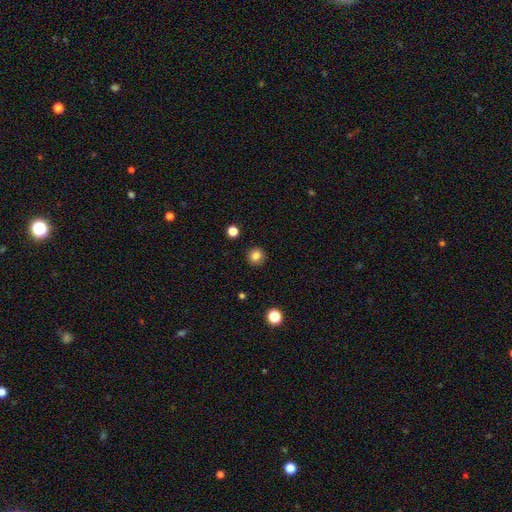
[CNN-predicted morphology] This appears to be a smooth galaxy with no disk features (84%) that is round (92%). Merging: none (92%).